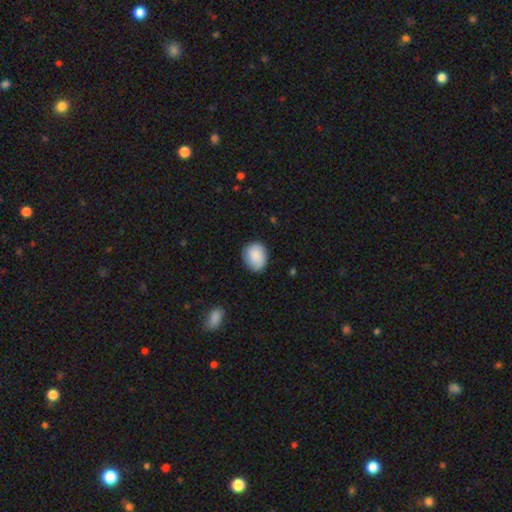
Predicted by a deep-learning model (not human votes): Smooth or featured?
  - smooth: 88% *
  - star or artifact: 7%
  - featured or disk: 5%
How rounded?
  - round: 55% *
  - in between: 44%
  - cigar-shaped: 1%
Merging?
  - none: 82% *
  - minor disturbance: 14%
  - major disturbance: 3%
  - merger: 1%